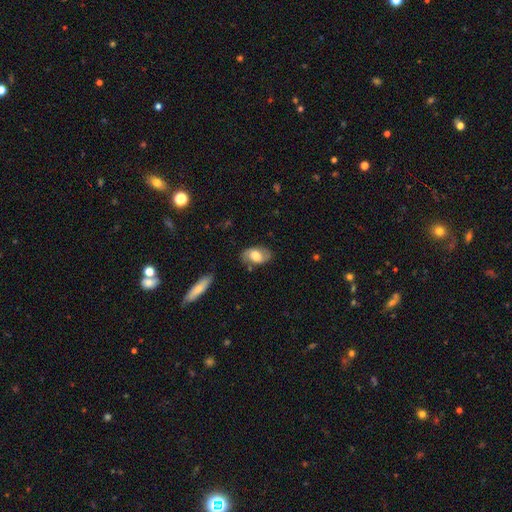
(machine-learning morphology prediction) Q: Smooth or featured?
A: smooth (54%); runner-up: featured or disk (39%)
Q: How rounded?
A: in between (89%); runner-up: round (9%)
Q: Merging?
A: none (74%); runner-up: minor disturbance (18%)